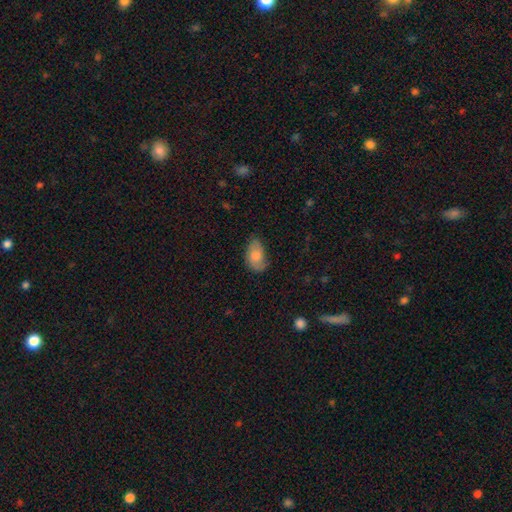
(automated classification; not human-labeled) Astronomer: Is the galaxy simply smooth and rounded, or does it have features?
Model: smooth — 75%.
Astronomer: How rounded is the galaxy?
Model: in between — 92%.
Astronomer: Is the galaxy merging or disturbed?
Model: none — 59%.